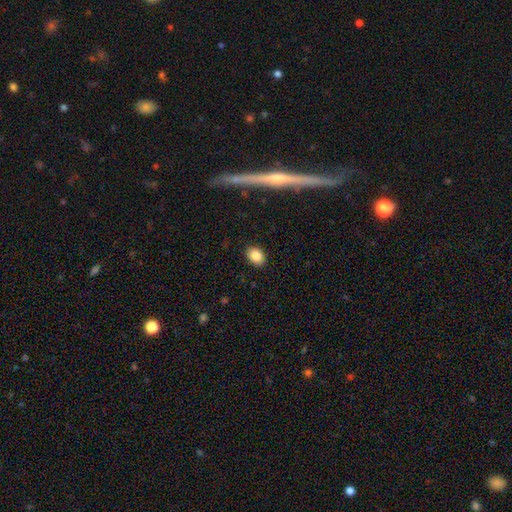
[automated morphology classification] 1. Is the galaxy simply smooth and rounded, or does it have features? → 85% smooth, 9% star or artifact, 6% featured or disk.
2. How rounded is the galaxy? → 67% in between, 32% round, 1% cigar-shaped.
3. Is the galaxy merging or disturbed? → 89% none, 8% minor disturbance, 2% major disturbance, 1% merger.